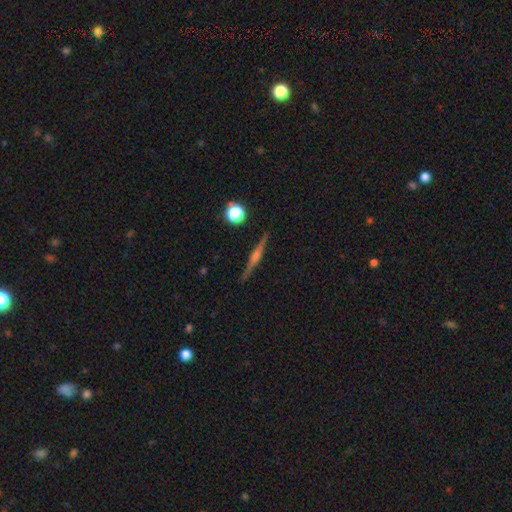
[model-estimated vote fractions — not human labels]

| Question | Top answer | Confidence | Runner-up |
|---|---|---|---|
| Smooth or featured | featured or disk | 75% | smooth (18%) |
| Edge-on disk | yes | 98% | no (2%) |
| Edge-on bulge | rounded | 73% | boxy (17%) |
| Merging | none | 91% | minor disturbance (6%) |